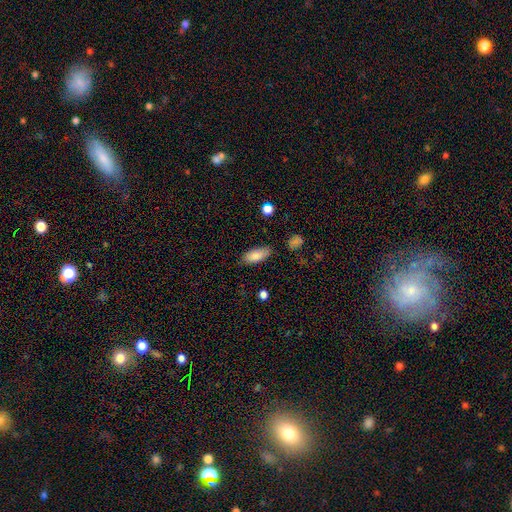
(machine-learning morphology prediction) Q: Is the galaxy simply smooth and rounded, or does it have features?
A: smooth — 84%.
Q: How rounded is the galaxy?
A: in between — 84%.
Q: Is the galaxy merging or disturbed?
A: none — 74%.